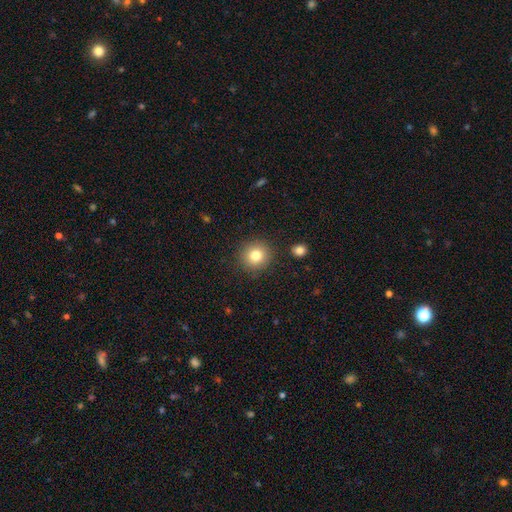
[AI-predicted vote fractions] Q: Smooth or featured?
A: smooth (80%); runner-up: star or artifact (11%)
Q: How rounded?
A: round (92%); runner-up: in between (7%)
Q: Merging?
A: none (88%); runner-up: minor disturbance (7%)